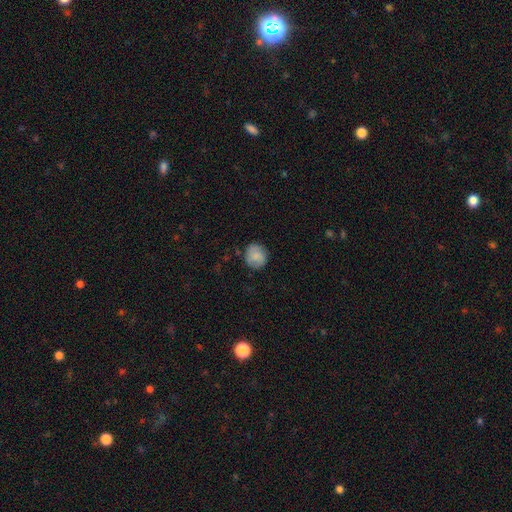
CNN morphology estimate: This appears to be a smooth galaxy with no disk features (79%) that is round (83%). Merging: none (80%).